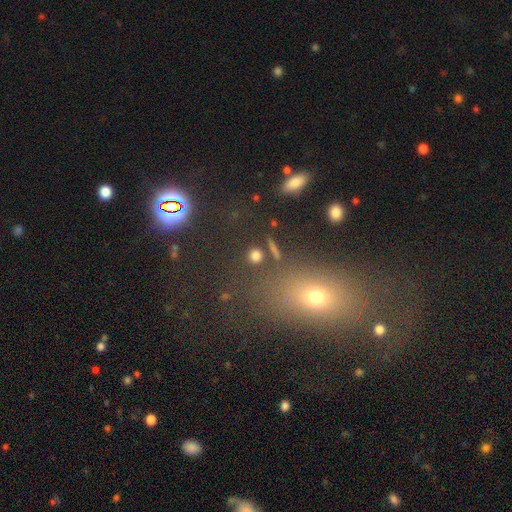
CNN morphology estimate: Smooth or featured? smooth (77%)
How rounded? round (83%)
Merging? none (86%)